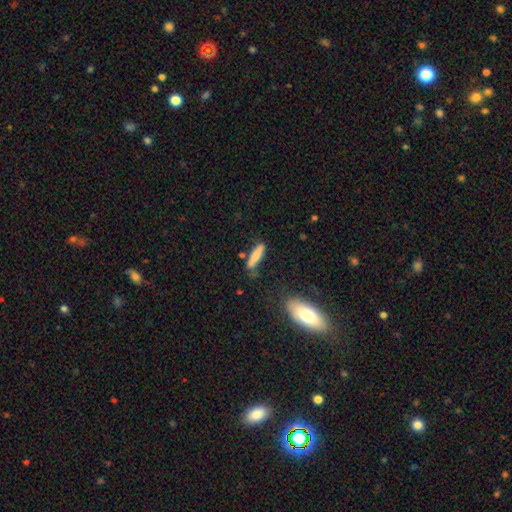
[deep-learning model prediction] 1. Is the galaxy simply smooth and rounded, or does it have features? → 79% smooth, 14% featured or disk, 7% star or artifact.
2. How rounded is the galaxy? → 76% cigar-shaped, 22% in between, 2% round.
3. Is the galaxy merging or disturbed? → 69% none, 19% minor disturbance, 6% merger, 6% major disturbance.